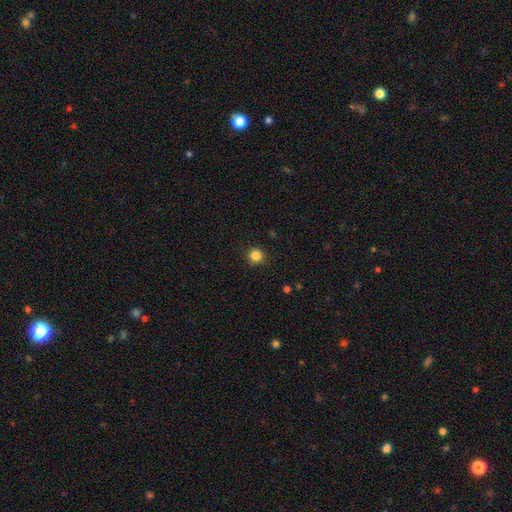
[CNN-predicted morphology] smooth-or-featured: smooth: 84% | star or artifact: 12% | featured or disk: 4%
  how-rounded: round: 94% | in between: 5% | cigar-shaped: 1%
  merging: none: 91% | minor disturbance: 6% | major disturbance: 2% | merger: 1%